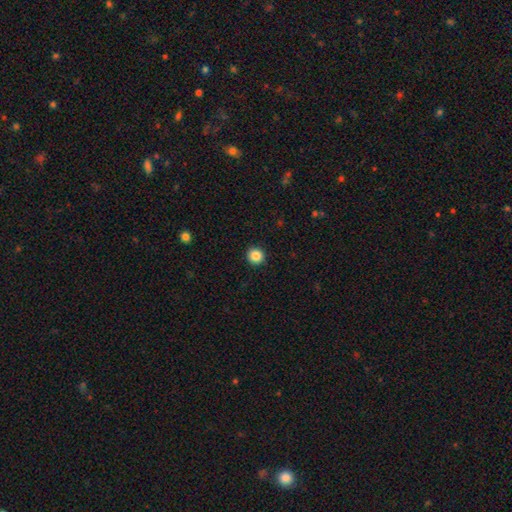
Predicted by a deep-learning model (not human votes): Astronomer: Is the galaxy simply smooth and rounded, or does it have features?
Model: smooth — 87%.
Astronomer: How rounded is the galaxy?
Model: round — 95%.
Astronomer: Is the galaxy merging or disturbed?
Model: none — 93%.